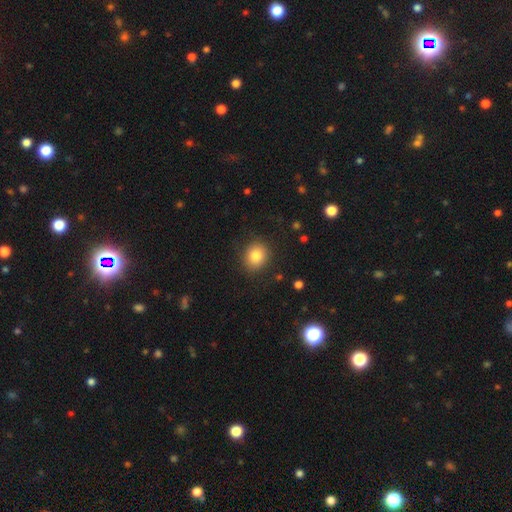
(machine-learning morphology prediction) Smooth or featured?
  - smooth: 82% *
  - star or artifact: 10%
  - featured or disk: 8%
How rounded?
  - round: 65% *
  - in between: 34%
  - cigar-shaped: 1%
Merging?
  - none: 86% *
  - minor disturbance: 10%
  - major disturbance: 3%
  - merger: 1%